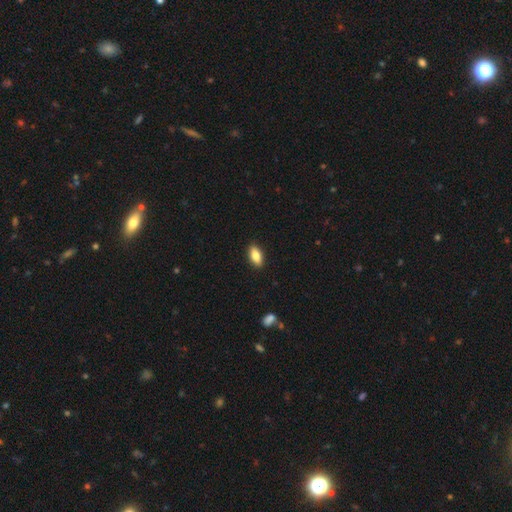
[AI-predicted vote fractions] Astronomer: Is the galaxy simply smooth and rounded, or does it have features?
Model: smooth — 80%.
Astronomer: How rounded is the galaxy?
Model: in between — 85%.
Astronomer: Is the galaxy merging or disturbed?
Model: none — 89%.